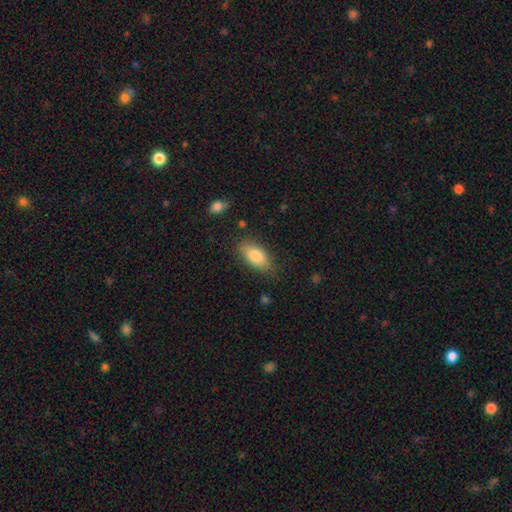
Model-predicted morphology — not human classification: The model was most divided on "merging": none: 80%, minor disturbance: 15%, major disturbance: 3%, merger: 2%. More confident: how rounded — in between (87%); smooth or featured — smooth (82%).